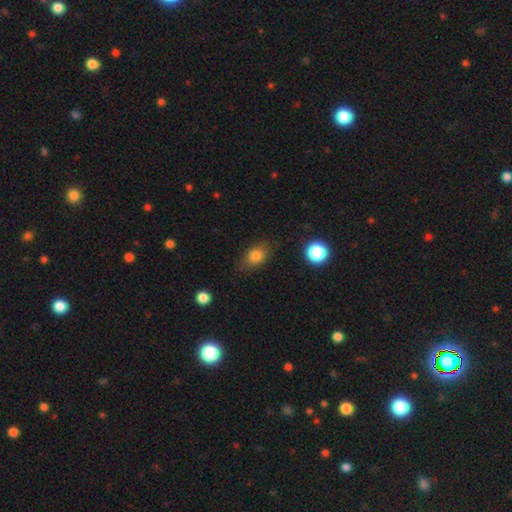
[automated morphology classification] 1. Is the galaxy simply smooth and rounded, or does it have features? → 80% smooth, 11% star or artifact, 10% featured or disk.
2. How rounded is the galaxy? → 71% in between, 27% round, 3% cigar-shaped.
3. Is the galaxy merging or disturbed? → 75% none, 18% minor disturbance, 5% major disturbance, 2% merger.